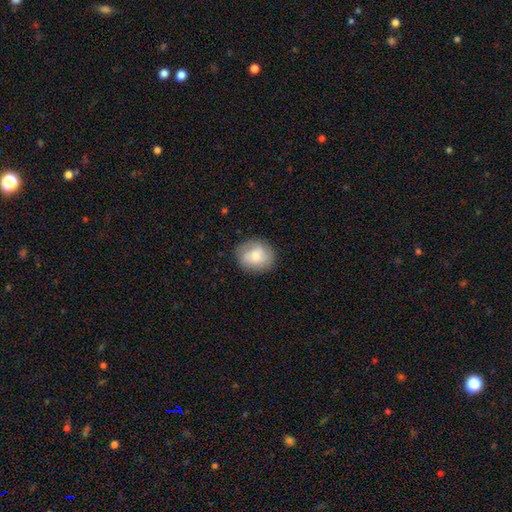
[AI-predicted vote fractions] smooth_or_featured: smooth (p=0.64) [alt: featured or disk p=0.28]
how_rounded: round (p=0.72) [alt: in between p=0.27]
merging: none (p=0.81) [alt: minor disturbance p=0.14]